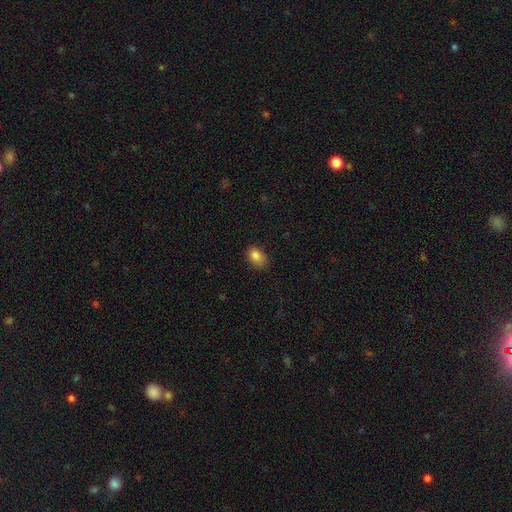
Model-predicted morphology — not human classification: smooth 85%, star or artifact 9%, featured or disk 5%. Down the decision tree: how rounded — in between (82%); merging — none (74%).